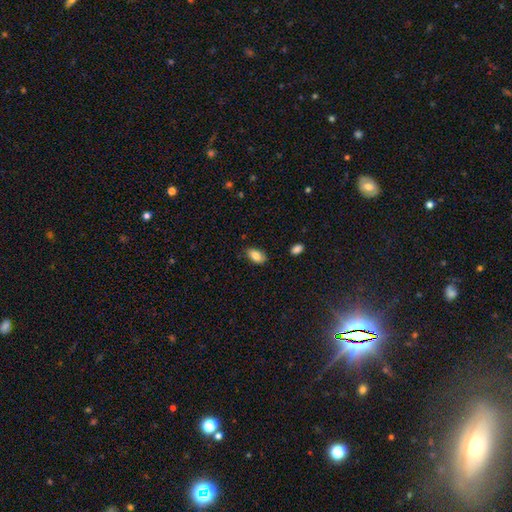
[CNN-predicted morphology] smooth-or-featured: smooth: 86% | featured or disk: 7% | star or artifact: 7%
  how-rounded: in between: 92% | round: 4% | cigar-shaped: 3%
  merging: none: 79% | minor disturbance: 16% | major disturbance: 3% | merger: 2%